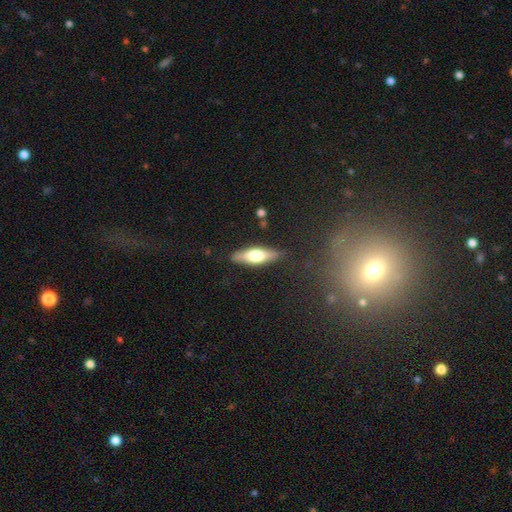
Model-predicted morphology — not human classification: The model was most divided on "how rounded": in between: 52%, cigar-shaped: 46%, round: 2%. More confident: merging — none (84%); smooth or featured — smooth (57%).